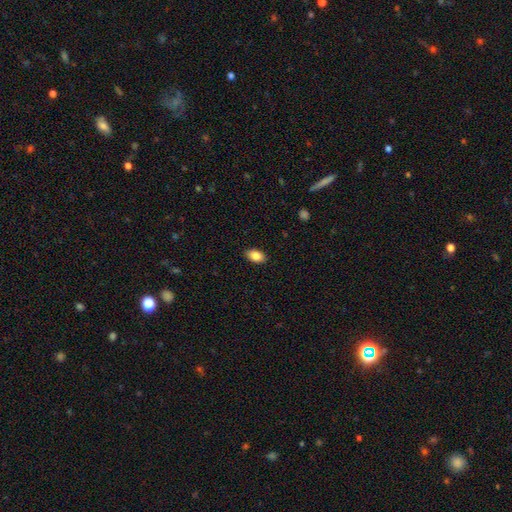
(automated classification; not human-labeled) Q: Smooth or featured?
A: smooth (86%); runner-up: star or artifact (8%)
Q: How rounded?
A: in between (92%); runner-up: round (6%)
Q: Merging?
A: none (89%); runner-up: minor disturbance (9%)